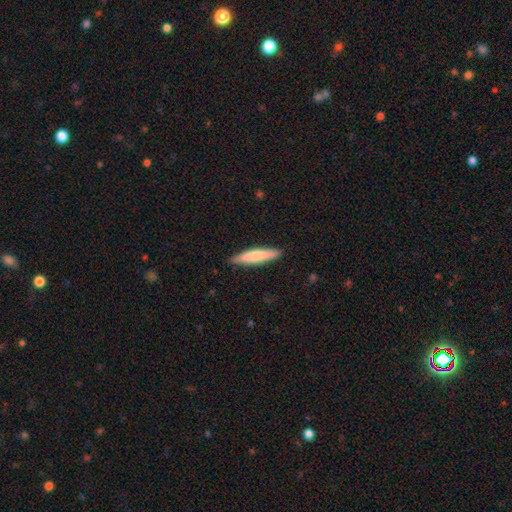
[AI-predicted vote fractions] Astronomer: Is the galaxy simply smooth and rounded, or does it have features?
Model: smooth — 72%.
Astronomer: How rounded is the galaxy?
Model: cigar-shaped — 85%.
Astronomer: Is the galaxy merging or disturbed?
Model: none — 87%.